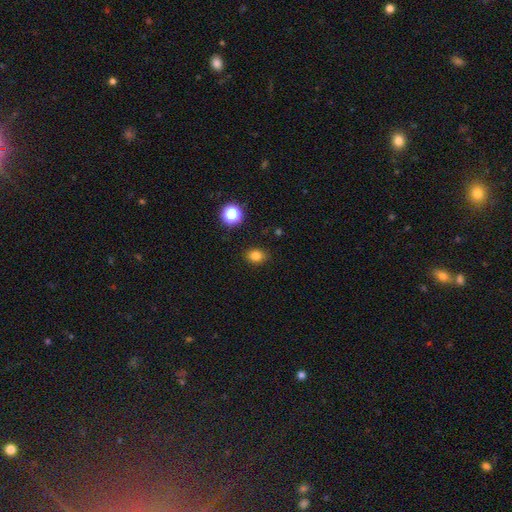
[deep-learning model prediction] Overall: smooth (81%). How rounded: round (51%; in between 49%). Merging: none (87%).